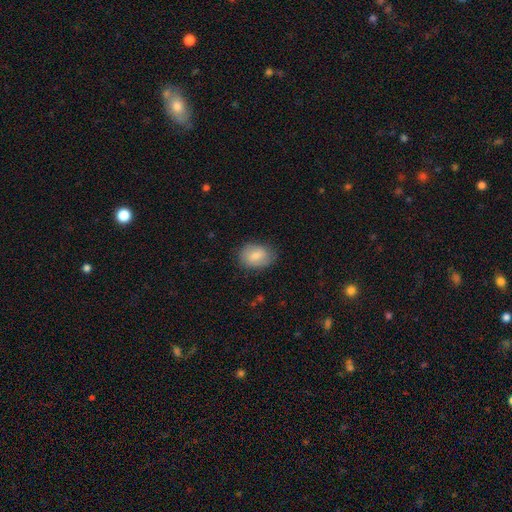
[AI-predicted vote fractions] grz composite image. It shows a smooth galaxy with no disk features (73%) that is in between round and cigar-shaped (73%). Merging: none (78%).